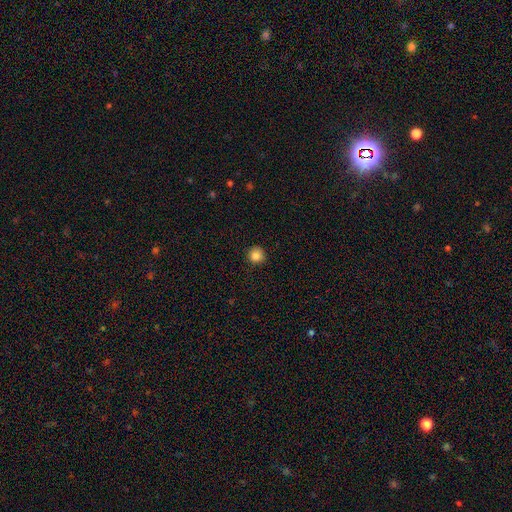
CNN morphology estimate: Smooth or featured? Predicted: smooth (p=0.84). How rounded? Predicted: round (p=0.94). Merging? Predicted: none (p=0.90).